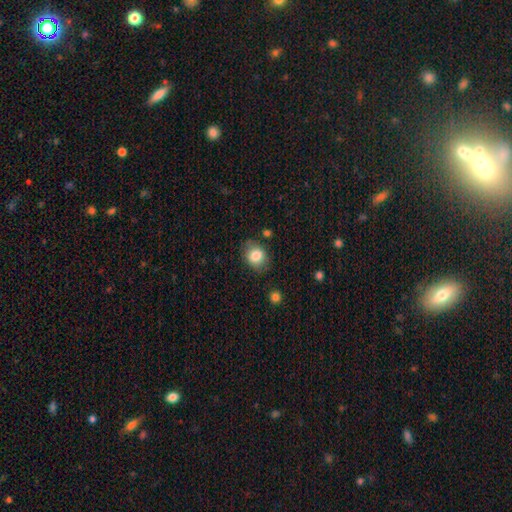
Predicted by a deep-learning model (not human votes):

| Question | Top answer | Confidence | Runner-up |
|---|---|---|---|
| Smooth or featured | smooth | 83% | featured or disk (9%) |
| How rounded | round | 50% | in between (49%) |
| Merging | none | 77% | minor disturbance (16%) |